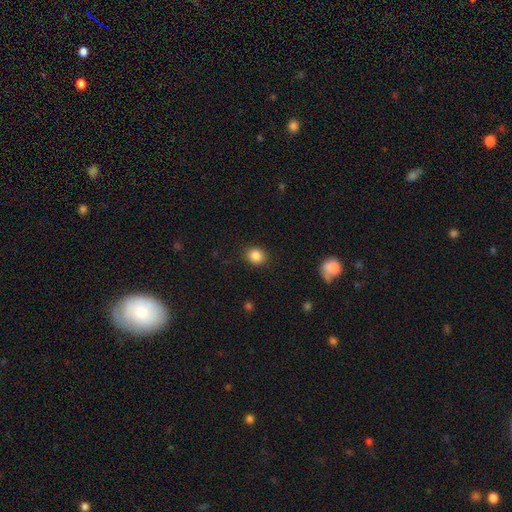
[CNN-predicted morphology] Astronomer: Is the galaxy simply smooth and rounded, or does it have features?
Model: smooth — 85%.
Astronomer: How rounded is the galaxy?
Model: round — 70%.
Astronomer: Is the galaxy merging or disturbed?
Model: none — 88%.